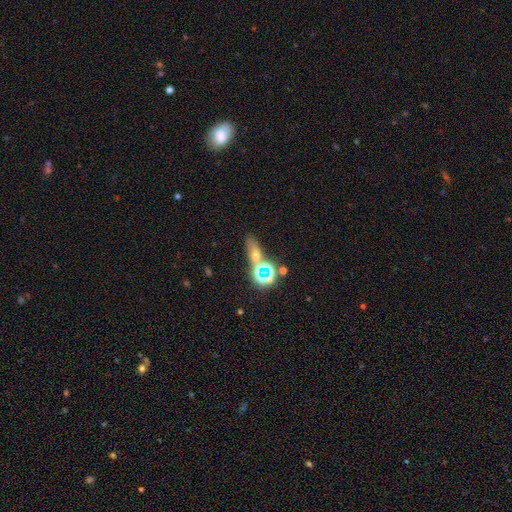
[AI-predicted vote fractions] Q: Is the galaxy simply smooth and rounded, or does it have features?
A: star or artifact — 47%.